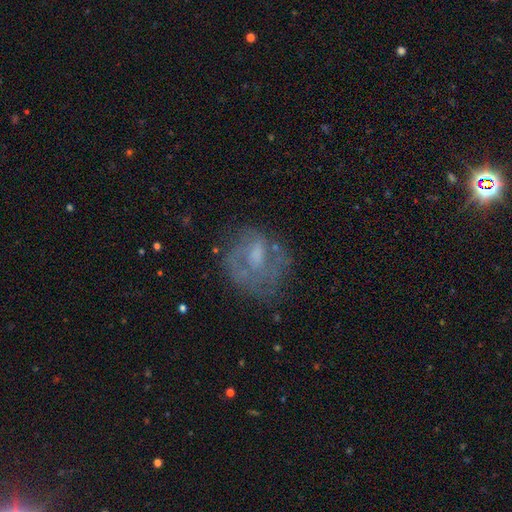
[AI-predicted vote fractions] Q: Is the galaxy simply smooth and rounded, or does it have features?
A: featured or disk — 57%.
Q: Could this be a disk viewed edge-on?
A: no — 97%.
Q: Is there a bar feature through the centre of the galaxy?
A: no — 58%.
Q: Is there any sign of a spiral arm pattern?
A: no — 52%.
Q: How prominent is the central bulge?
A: moderate — 36%.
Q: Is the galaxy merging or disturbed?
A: none — 54%.